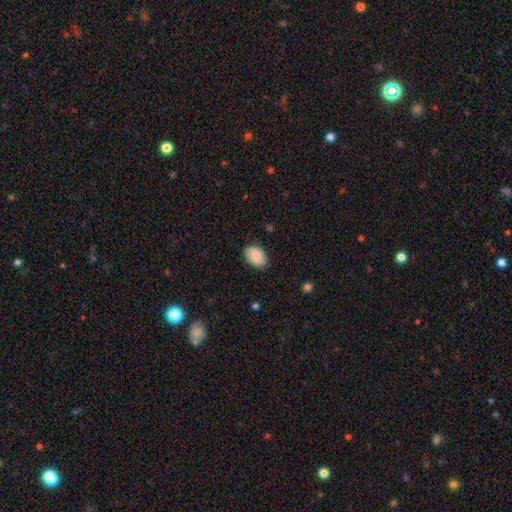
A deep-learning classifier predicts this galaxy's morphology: Q: Smooth or featured?
A: smooth (75%); runner-up: featured or disk (18%)
Q: How rounded?
A: in between (86%); runner-up: round (12%)
Q: Merging?
A: none (84%); runner-up: minor disturbance (13%)